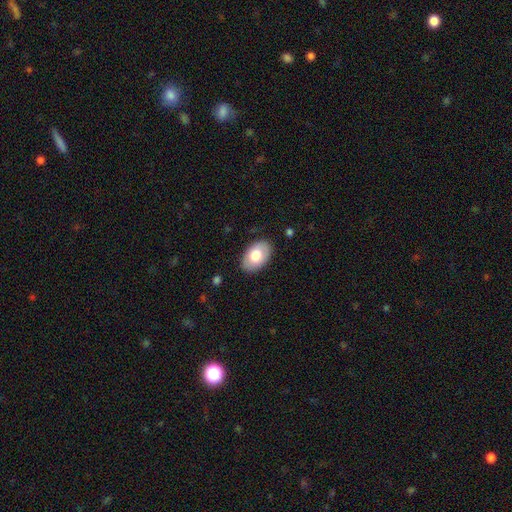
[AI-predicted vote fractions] A smooth galaxy with no disk features (73%) that is in between round and cigar-shaped (90%). Merging: none (86%).